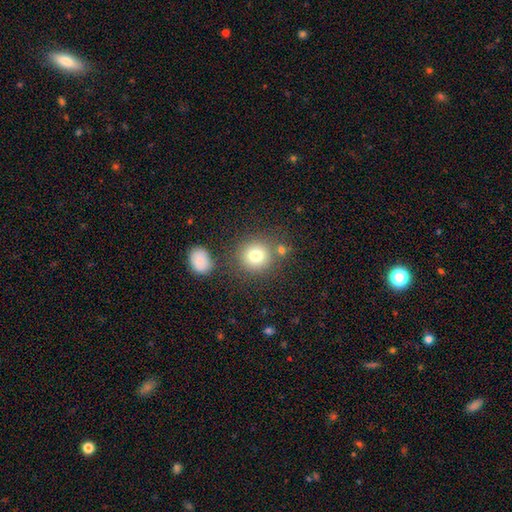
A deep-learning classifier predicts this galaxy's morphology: type=smooth (79%); roundness=round (90%); merging=none (77%).